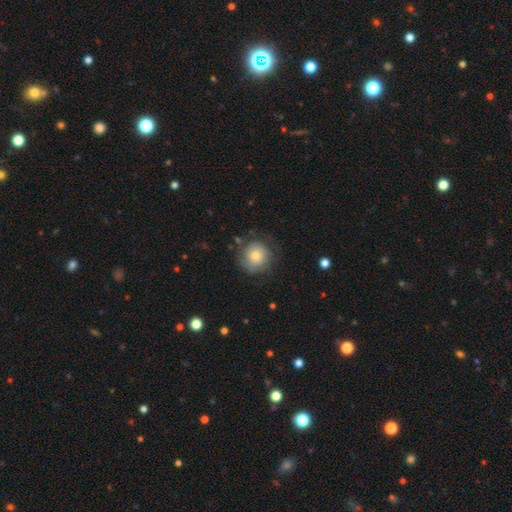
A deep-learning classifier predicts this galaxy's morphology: A smooth galaxy with no disk features (73%) that is round (92%). Merging: none (74%).